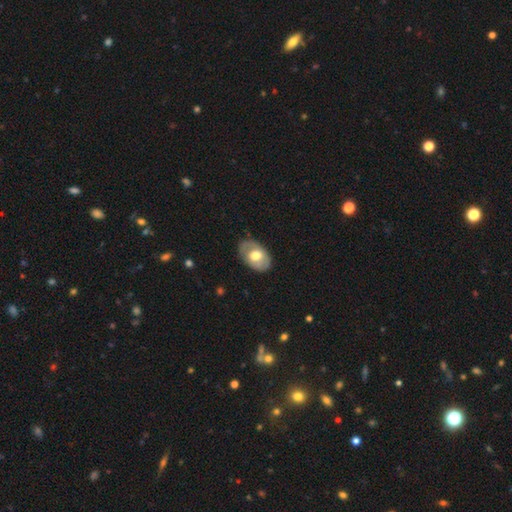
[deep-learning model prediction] smooth_or_featured: smooth (p=0.51) [alt: featured or disk p=0.43]
how_rounded: in between (p=0.86) [alt: round p=0.13]
merging: none (p=0.78) [alt: minor disturbance p=0.16]